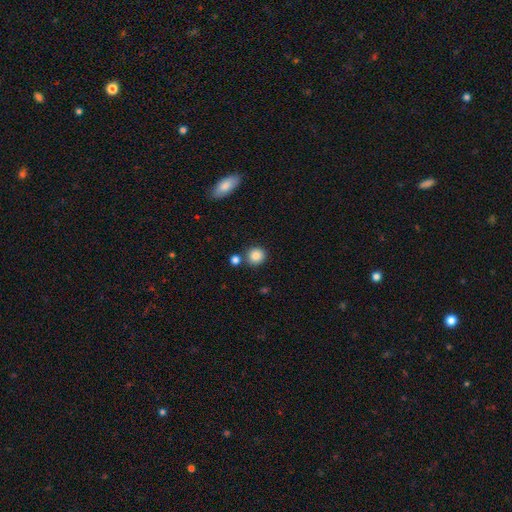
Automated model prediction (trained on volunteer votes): smooth 86%, star or artifact 9%, featured or disk 4%. Down the decision tree: how rounded — round (88%); merging — none (74%).